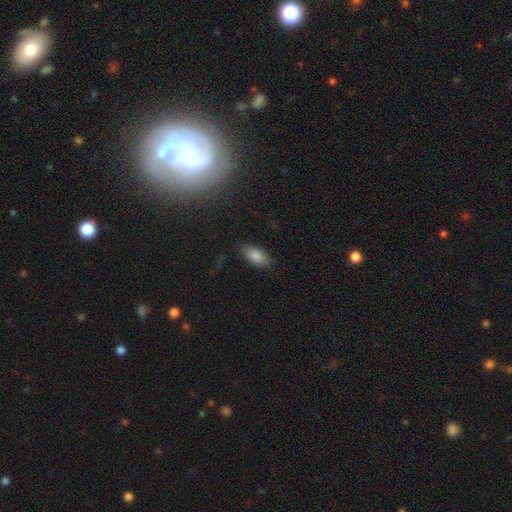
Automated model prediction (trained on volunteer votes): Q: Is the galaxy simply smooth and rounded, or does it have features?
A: smooth — 82%.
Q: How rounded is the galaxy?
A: in between — 88%.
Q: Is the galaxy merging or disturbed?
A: none — 84%.